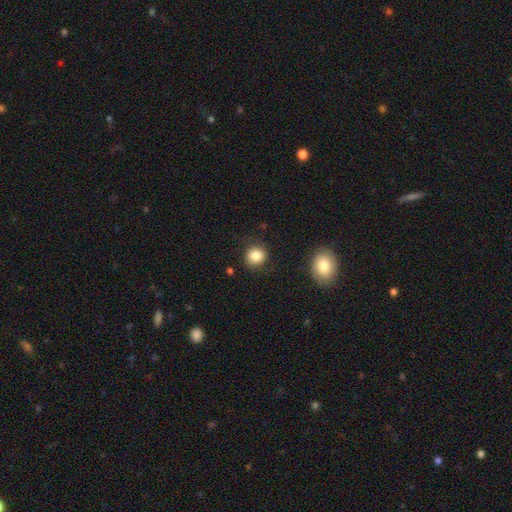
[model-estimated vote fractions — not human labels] A smooth galaxy with no disk features (84%) that is round (85%).

Vote fractions:
- Smooth or featured? smooth: 84% / star or artifact: 10% / featured or disk: 6%
- How rounded? round: 85% / in between: 14% / cigar-shaped: 1%
- Merging? none: 83% / minor disturbance: 12% / major disturbance: 3% / merger: 2%